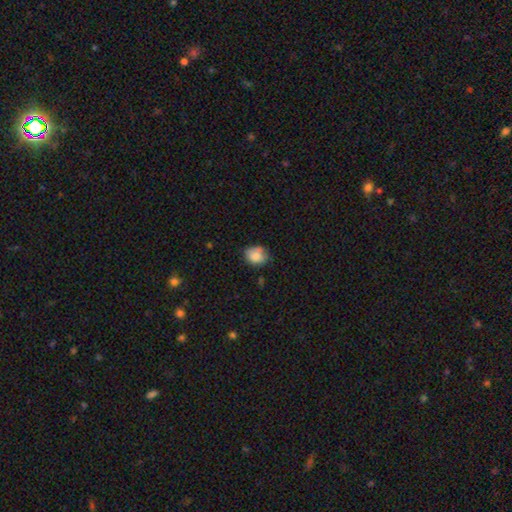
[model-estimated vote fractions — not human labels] Smooth or featured? Predicted: smooth (p=0.79). How rounded? Predicted: round (p=0.55). Merging? Predicted: none (p=0.55).